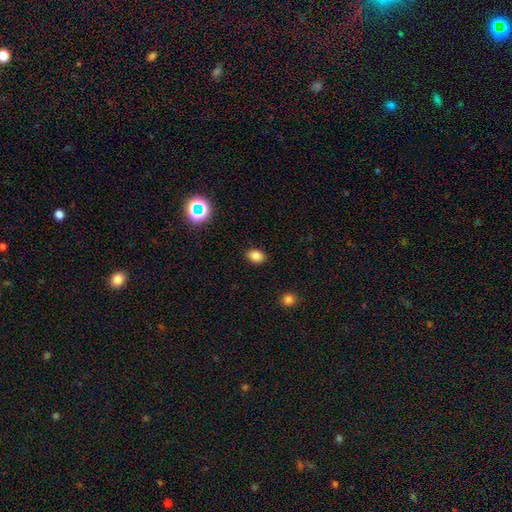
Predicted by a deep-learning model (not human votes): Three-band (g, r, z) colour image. It shows a smooth galaxy with no disk features (83%) that is in between round and cigar-shaped (70%). Merging: none (87%).